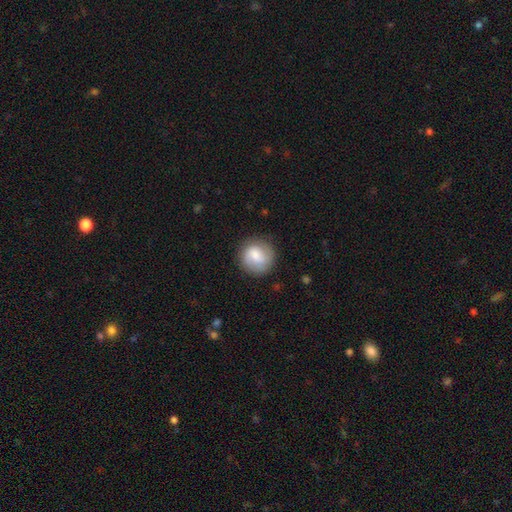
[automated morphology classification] Smooth or featured? smooth (67%)
How rounded? round (91%)
Merging? none (84%)